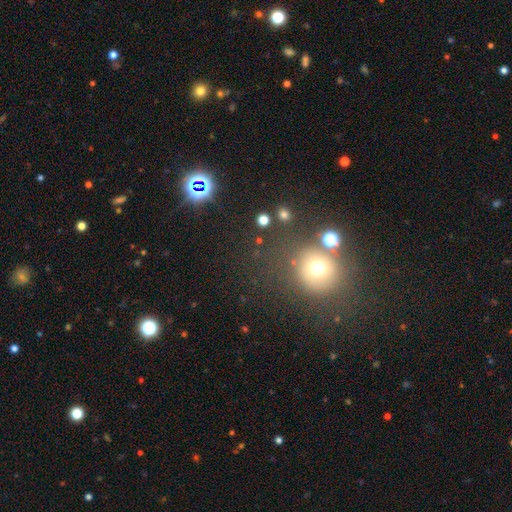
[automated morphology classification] smooth_or_featured: smooth (p=0.49) [alt: star or artifact p=0.40]
merging: none (p=0.73) [alt: minor disturbance p=0.11]